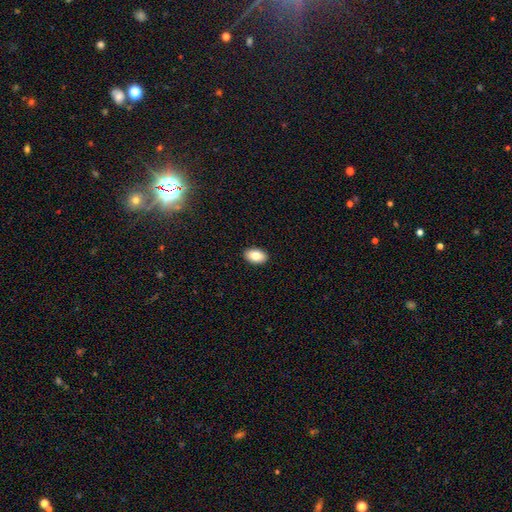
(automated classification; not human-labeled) smooth 84%, featured or disk 9%, star or artifact 7%. Down the decision tree: how rounded — in between (90%); merging — none (91%).